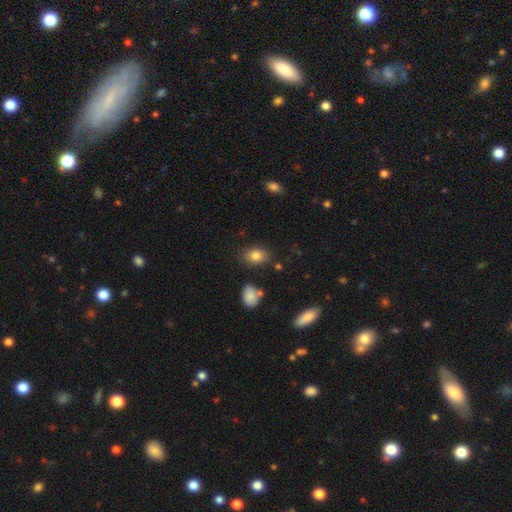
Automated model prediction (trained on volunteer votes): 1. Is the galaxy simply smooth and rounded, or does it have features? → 84% smooth, 9% star or artifact, 7% featured or disk.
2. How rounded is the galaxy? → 71% in between, 28% round, 1% cigar-shaped.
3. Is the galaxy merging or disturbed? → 81% none, 12% minor disturbance, 3% major disturbance, 3% merger.